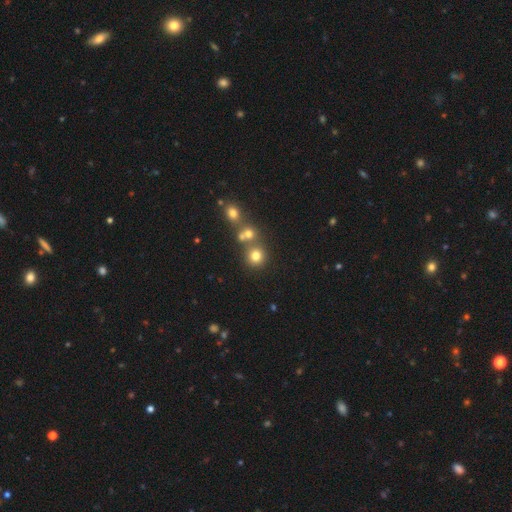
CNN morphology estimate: type=smooth (74%); roundness=round (89%); merging=none (66%).